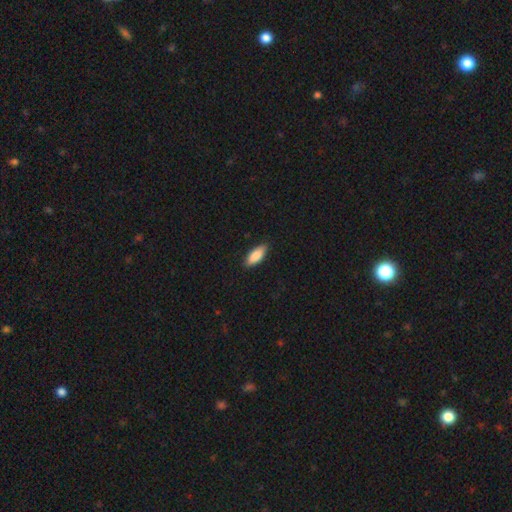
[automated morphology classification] smooth_or_featured: smooth (p=0.88) [alt: featured or disk p=0.06]
how_rounded: in between (p=0.78) [alt: cigar-shaped p=0.21]
merging: none (p=0.85) [alt: minor disturbance p=0.12]